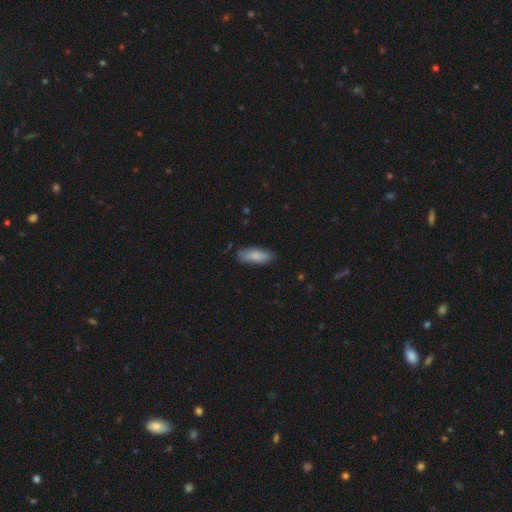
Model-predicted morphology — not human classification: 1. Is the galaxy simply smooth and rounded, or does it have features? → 81% smooth, 13% featured or disk, 6% star or artifact.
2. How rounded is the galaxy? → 74% in between, 24% cigar-shaped, 2% round.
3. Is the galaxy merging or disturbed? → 76% none, 19% minor disturbance, 4% major disturbance, 1% merger.